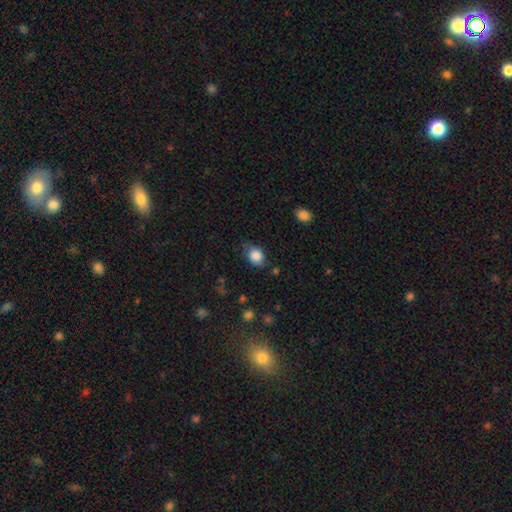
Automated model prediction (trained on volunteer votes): Smooth or featured? smooth (85%)
How rounded? in between (52%)
Merging? none (68%)